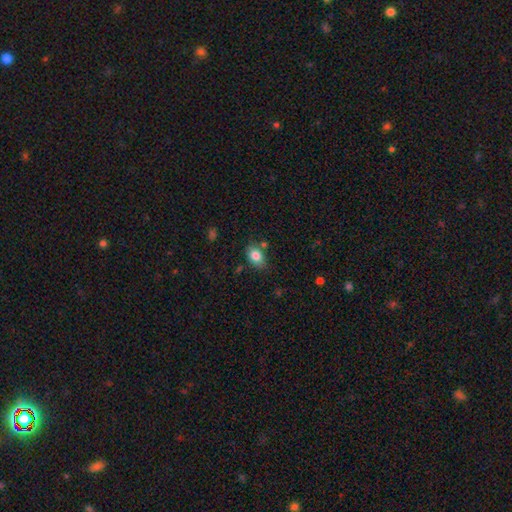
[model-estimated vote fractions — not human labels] Q: Smooth or featured?
A: smooth (82%); runner-up: featured or disk (9%)
Q: How rounded?
A: in between (81%); runner-up: round (17%)
Q: Merging?
A: none (72%); runner-up: minor disturbance (18%)